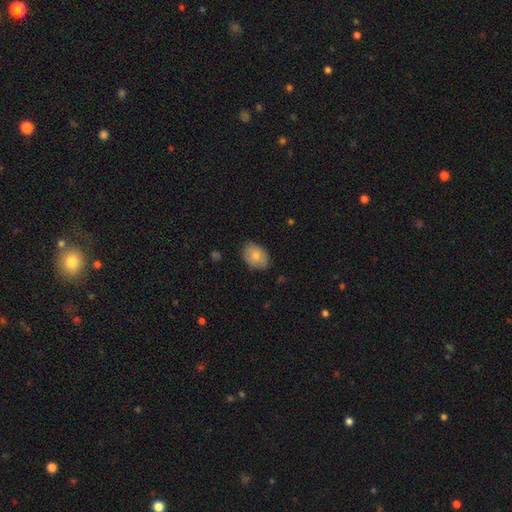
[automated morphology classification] A smooth galaxy with no disk features (79%) that is in between round and cigar-shaped (75%). Merging: none (80%).